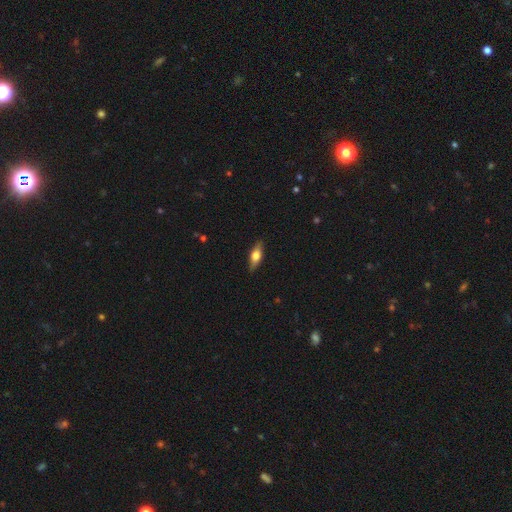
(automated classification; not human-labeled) The model was most divided on "smooth or featured": featured or disk: 50%, smooth: 43%, star or artifact: 7%. More confident: edge-on disk — yes (91%); merging — none (87%).